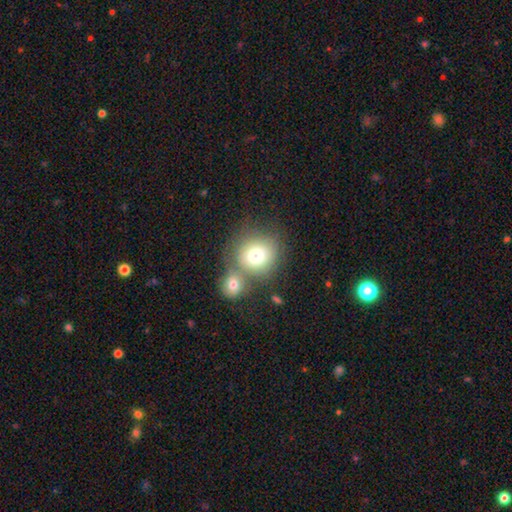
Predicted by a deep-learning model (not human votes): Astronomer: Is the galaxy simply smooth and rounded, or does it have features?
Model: smooth — 76%.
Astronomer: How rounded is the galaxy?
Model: round — 85%.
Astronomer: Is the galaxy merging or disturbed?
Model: none — 49% (runner-up: merger, 37%).